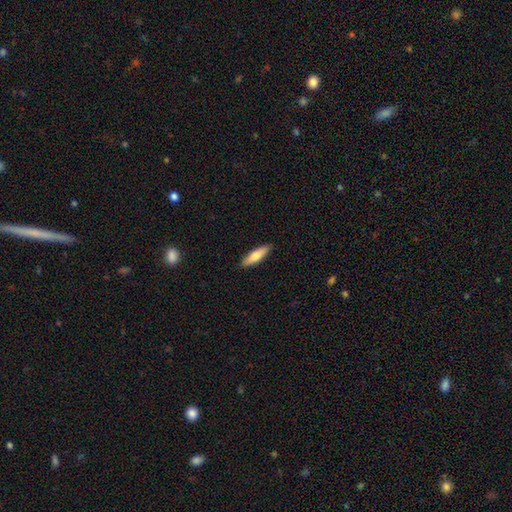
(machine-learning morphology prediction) This appears to be a smooth galaxy with no disk features (73%) that is cigar-shaped (61%). Merging: none (90%).